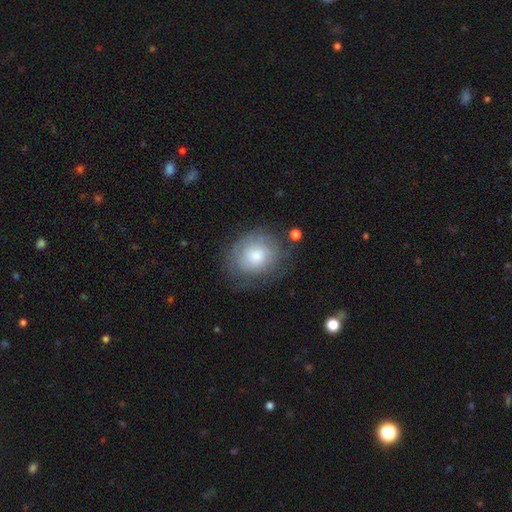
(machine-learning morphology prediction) This is possibly a smooth galaxy (60%). How rounded: likely round (72%). Merging: likely none (66%).